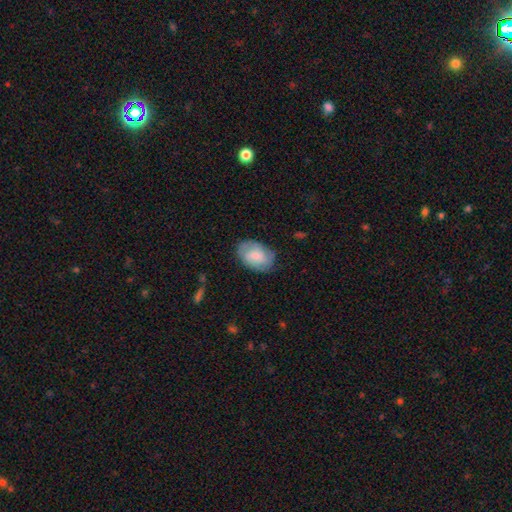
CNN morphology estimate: This appears to be a smooth galaxy with no disk features (68%) that is in between round and cigar-shaped (87%). Merging: none (69%).